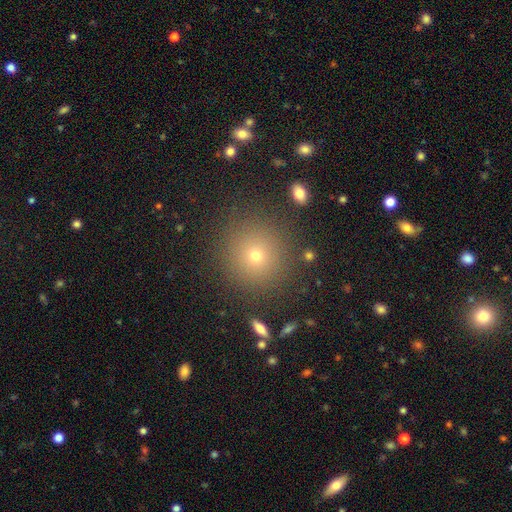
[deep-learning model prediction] Morphology: type=smooth (66%); roundness=round (95%); merging=none (90%).